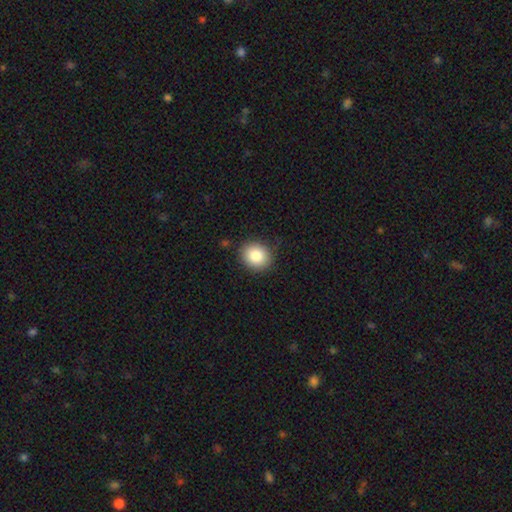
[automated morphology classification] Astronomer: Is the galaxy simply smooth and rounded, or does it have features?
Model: smooth — 84%.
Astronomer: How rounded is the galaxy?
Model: round — 75%.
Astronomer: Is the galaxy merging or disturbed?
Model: none — 86%.